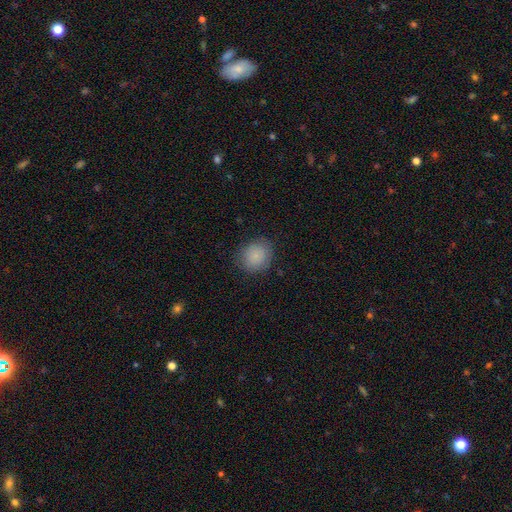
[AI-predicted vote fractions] Q: Smooth or featured?
A: smooth (85%); runner-up: star or artifact (9%)
Q: How rounded?
A: round (78%); runner-up: in between (21%)
Q: Merging?
A: none (84%); runner-up: minor disturbance (11%)